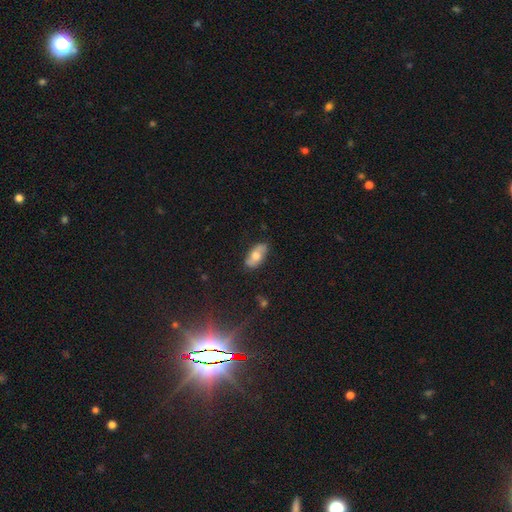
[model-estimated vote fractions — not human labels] The model was most divided on "smooth or featured": smooth: 59%, featured or disk: 34%, star or artifact: 7%. More confident: how rounded — in between (90%); merging — none (81%).